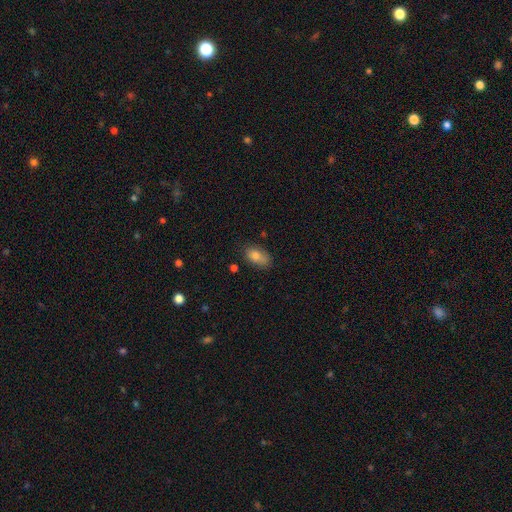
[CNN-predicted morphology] This is likely a smooth galaxy (80%). How rounded: clearly in between (89%). Merging: likely none (64%).